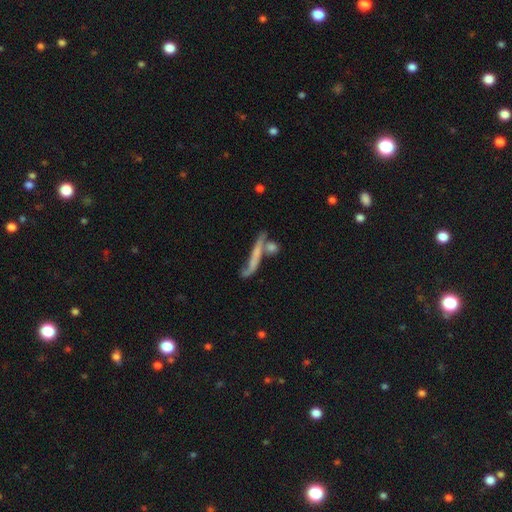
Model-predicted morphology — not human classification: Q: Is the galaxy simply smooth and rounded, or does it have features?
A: featured or disk — 50%.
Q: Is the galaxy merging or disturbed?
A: none — 40%.